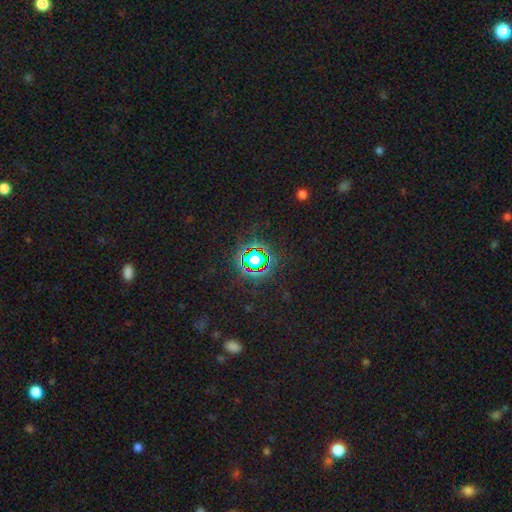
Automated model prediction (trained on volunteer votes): A star or artifact, not a galaxy (76%).